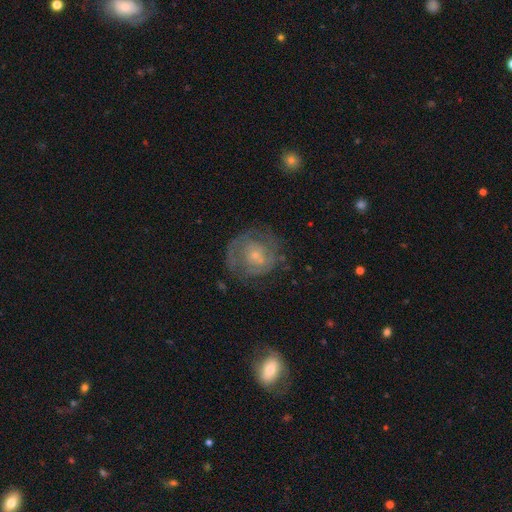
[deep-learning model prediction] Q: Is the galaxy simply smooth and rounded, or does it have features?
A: featured or disk — 68%.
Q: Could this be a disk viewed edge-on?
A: no — 98%.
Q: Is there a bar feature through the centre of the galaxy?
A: no — 77%.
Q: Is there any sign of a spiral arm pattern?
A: yes — 74%.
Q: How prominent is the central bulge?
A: small — 74%.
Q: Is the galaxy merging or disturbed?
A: none — 59%.